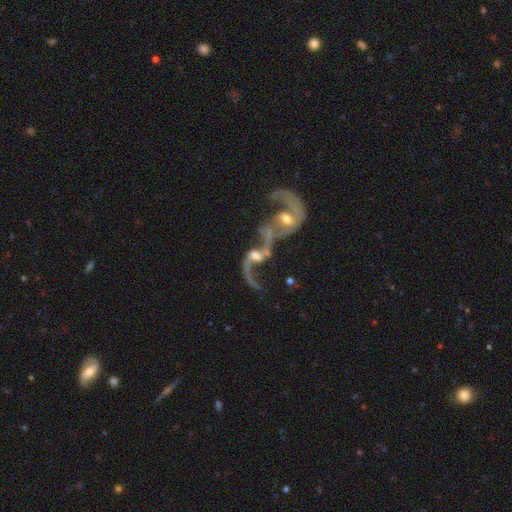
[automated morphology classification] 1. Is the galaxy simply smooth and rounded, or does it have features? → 80% featured or disk, 11% smooth, 8% star or artifact.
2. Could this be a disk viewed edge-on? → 95% no, 5% yes.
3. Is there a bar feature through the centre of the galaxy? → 49% no, 36% weak, 15% strong.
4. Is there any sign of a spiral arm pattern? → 86% yes, 14% no.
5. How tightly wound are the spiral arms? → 88% loose, 9% medium, 3% tight.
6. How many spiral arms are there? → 77% 2, 15% 1, 4% can't tell, 1% 3, 1% 4, 1% more than 4.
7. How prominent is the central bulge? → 49% moderate, 25% small, 12% large, 12% none, 2% dominant.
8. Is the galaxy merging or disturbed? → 70% merger, 12% major disturbance, 12% none, 6% minor disturbance.